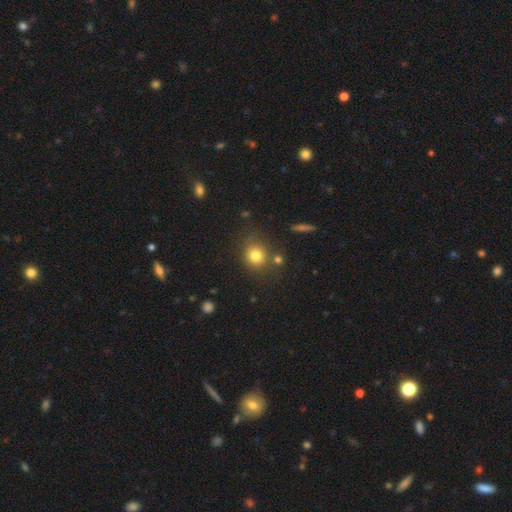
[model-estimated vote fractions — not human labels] A smooth galaxy with no disk features (80%) that is round (79%). Merging: none (75%).